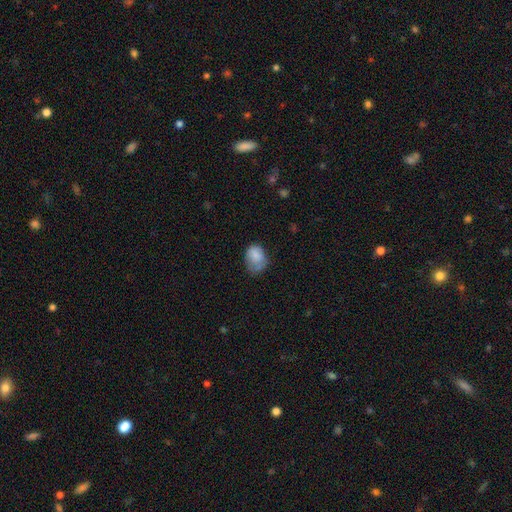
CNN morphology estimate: smooth 80%, featured or disk 12%, star or artifact 8%. Down the decision tree: how rounded — in between (61%); merging — none (40%).